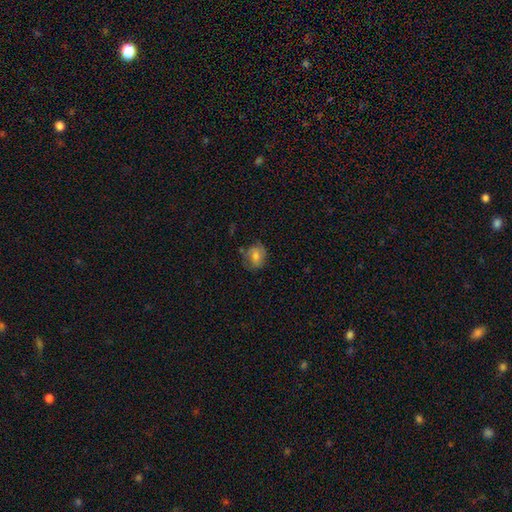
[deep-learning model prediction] This appears to be a smooth galaxy with no disk features (68%) that is round (59%). Merging: none (64%).